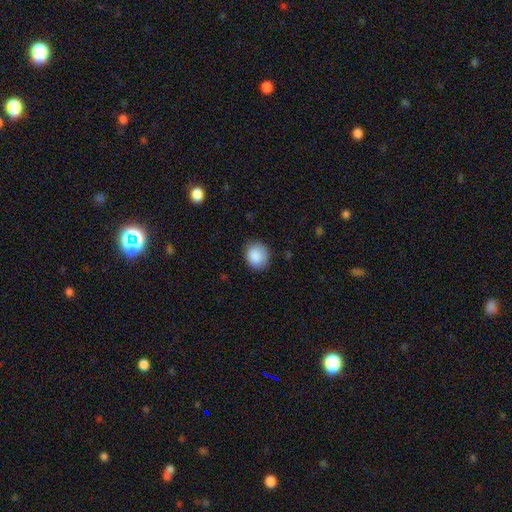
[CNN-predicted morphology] Smooth or featured? smooth (88%)
How rounded? round (75%)
Merging? none (83%)